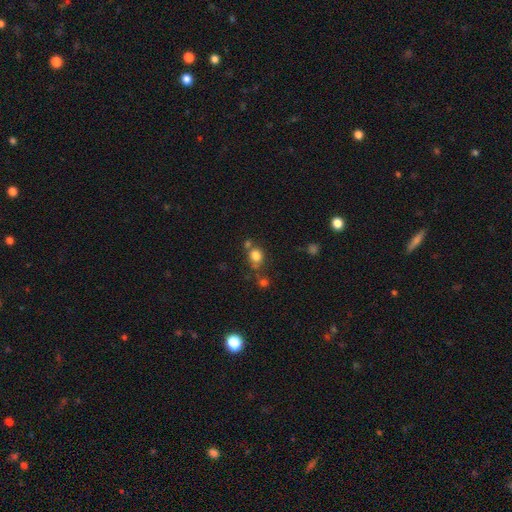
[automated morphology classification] This appears to be a smooth galaxy with no disk features (79%) that is round (70%). Merging: none (57%).